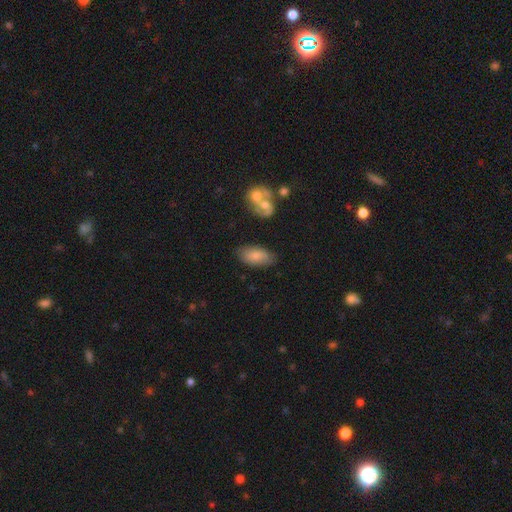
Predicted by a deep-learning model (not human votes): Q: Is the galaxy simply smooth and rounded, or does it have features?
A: smooth — 78%.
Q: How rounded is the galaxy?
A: in between — 92%.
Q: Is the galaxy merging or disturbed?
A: none — 77%.